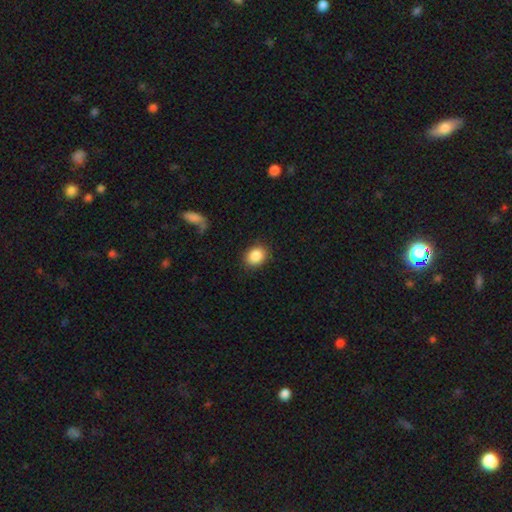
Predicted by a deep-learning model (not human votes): smooth 87%, star or artifact 8%, featured or disk 5%. Down the decision tree: how rounded — in between (53%); merging — none (87%).